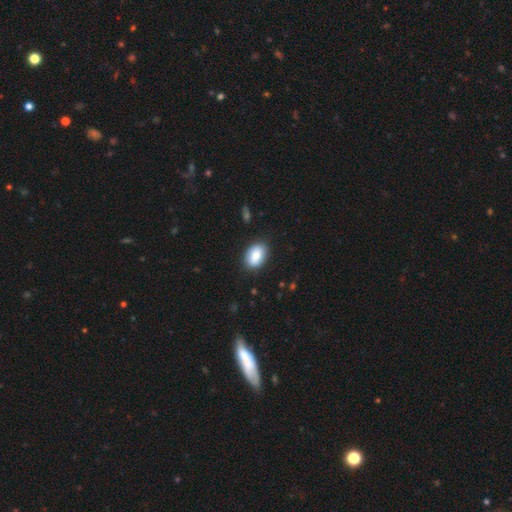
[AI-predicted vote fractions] Q: Smooth or featured?
A: smooth (83%); runner-up: featured or disk (10%)
Q: How rounded?
A: in between (84%); runner-up: round (14%)
Q: Merging?
A: none (85%); runner-up: minor disturbance (11%)